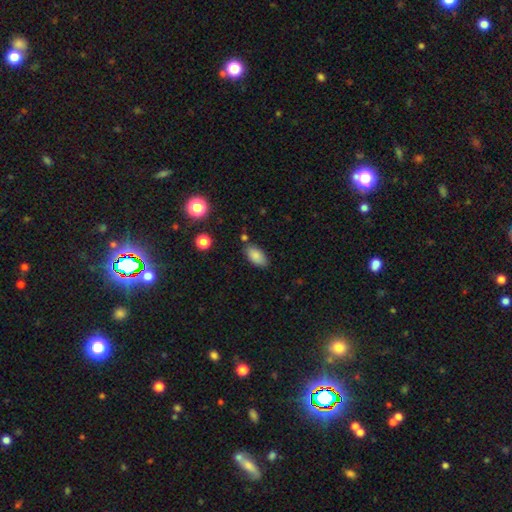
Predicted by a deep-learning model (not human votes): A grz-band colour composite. It shows a smooth galaxy with no disk features (85%) that is in between round and cigar-shaped (91%). Merging: none (79%).